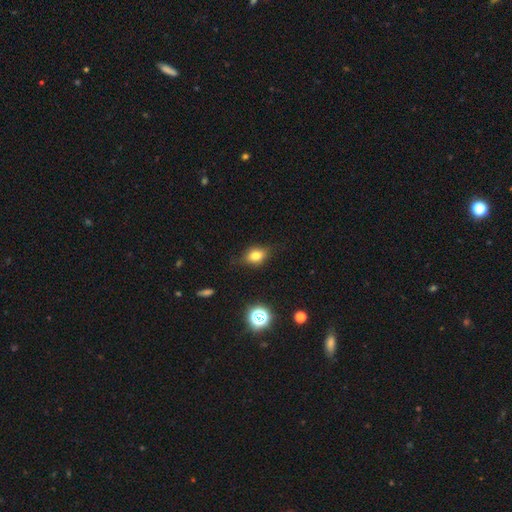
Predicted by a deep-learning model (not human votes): smooth_or_featured: smooth (p=0.76) [alt: star or artifact p=0.13]
how_rounded: in between (p=0.61) [alt: round p=0.37]
merging: none (p=0.76) [alt: minor disturbance p=0.18]